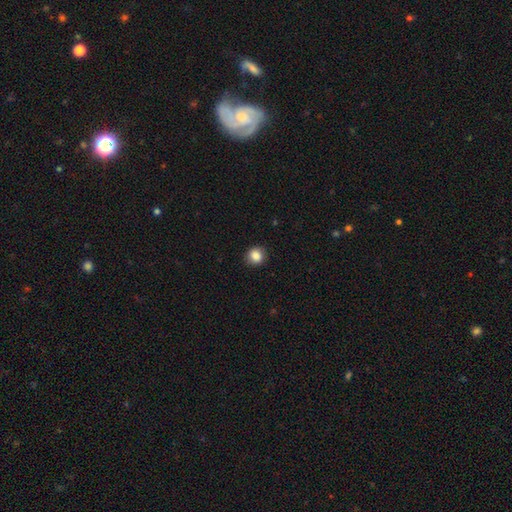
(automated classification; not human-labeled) Smooth or featured: smooth — 86% (star or artifact — 9%)
How rounded: round — 84% (in between — 15%)
Merging: none — 87% (minor disturbance — 9%)